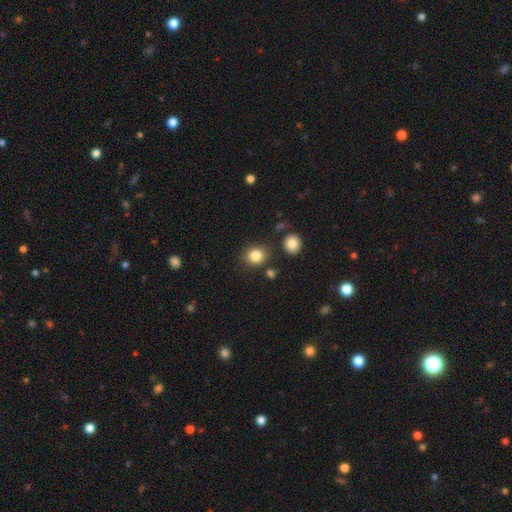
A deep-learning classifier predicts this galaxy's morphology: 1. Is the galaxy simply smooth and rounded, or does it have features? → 84% smooth, 10% star or artifact, 6% featured or disk.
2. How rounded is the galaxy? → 74% round, 25% in between, 1% cigar-shaped.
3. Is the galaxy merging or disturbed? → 81% none, 10% minor disturbance, 5% merger, 3% major disturbance.